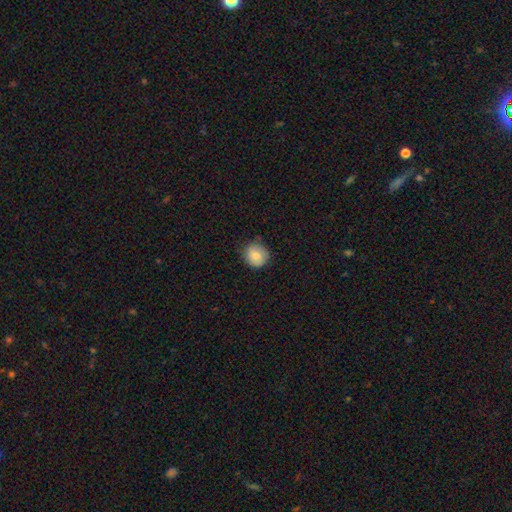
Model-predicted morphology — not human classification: Smooth or featured? smooth (84%)
How rounded? round (90%)
Merging? none (78%)